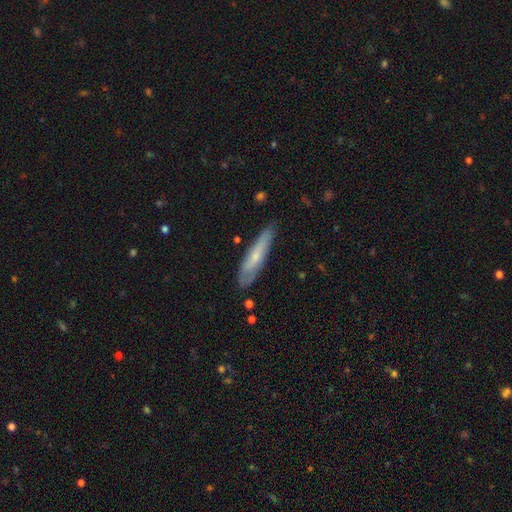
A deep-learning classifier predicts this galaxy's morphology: smooth 57%, featured or disk 37%, star or artifact 6%. Down the decision tree: how rounded — cigar-shaped (81%); merging — none (77%).